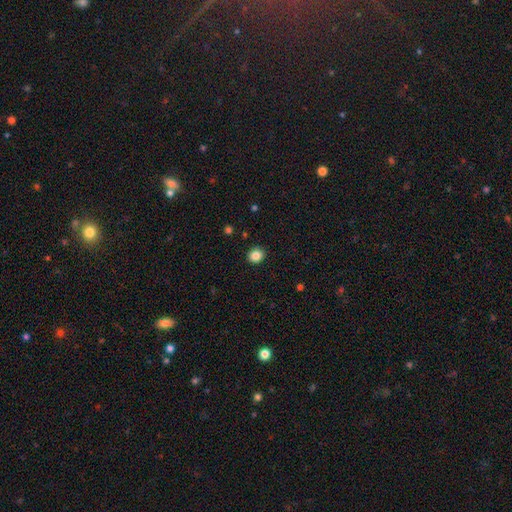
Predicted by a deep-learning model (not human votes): This is clearly a smooth galaxy (85%). How rounded: likely round (75%). Merging: clearly none (91%).